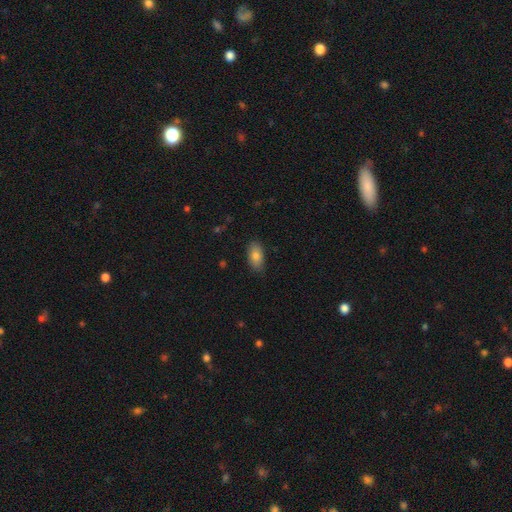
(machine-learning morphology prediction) Overall: smooth (83%). How rounded: in between (92%). Merging: none (84%).